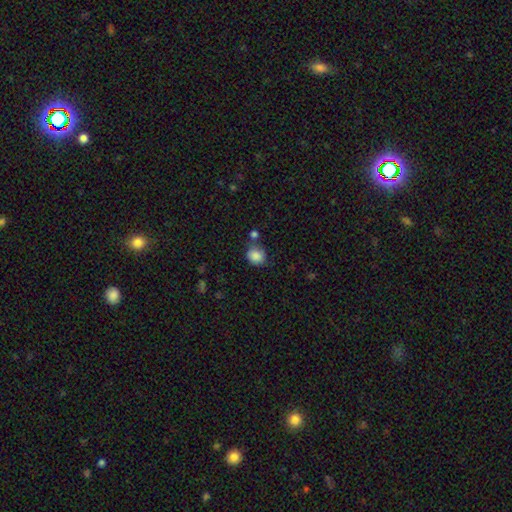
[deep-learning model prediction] Smooth or featured? Predicted: smooth (p=0.86). How rounded? Predicted: round (p=0.68). Merging? Predicted: none (p=0.62).